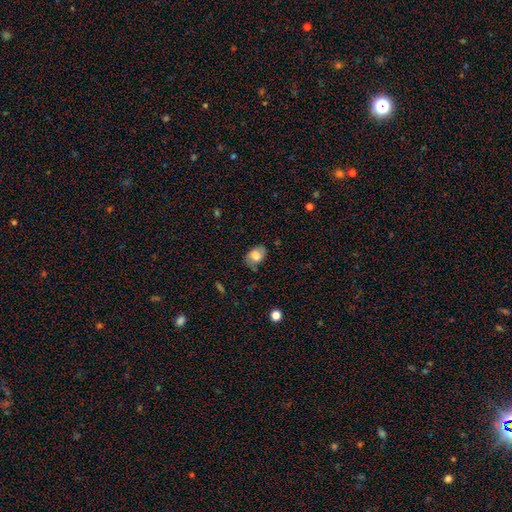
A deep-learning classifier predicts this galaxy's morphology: A smooth galaxy with no disk features (72%) that is in between round and cigar-shaped (79%).

Vote fractions:
- Smooth or featured? smooth: 72% / featured or disk: 19% / star or artifact: 8%
- How rounded? in between: 79% / round: 20% / cigar-shaped: 1%
- Merging? none: 70% / minor disturbance: 22% / major disturbance: 6% / merger: 2%